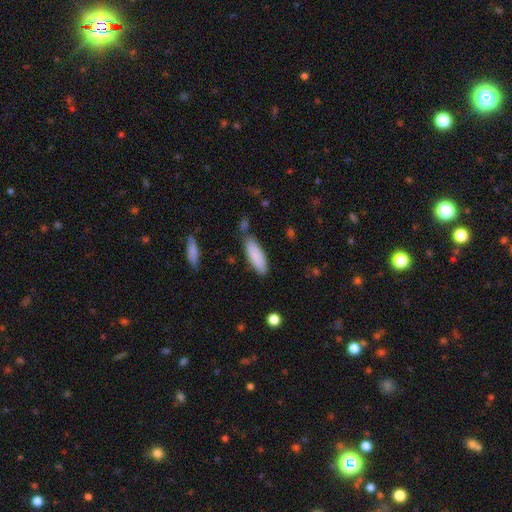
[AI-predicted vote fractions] Smooth or featured: smooth — 86% (featured or disk — 8%)
How rounded: in between — 54% (cigar-shaped — 44%)
Merging: none — 76% (minor disturbance — 14%)